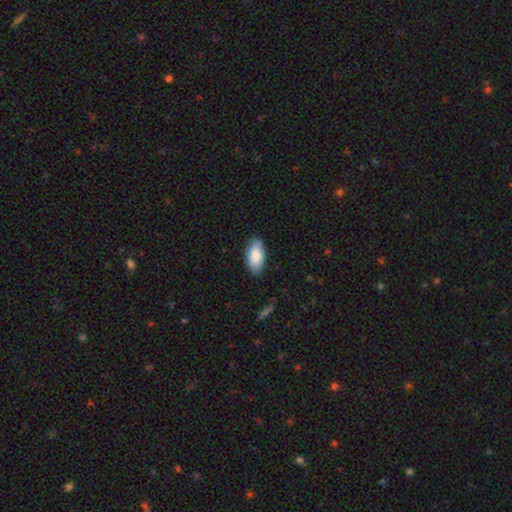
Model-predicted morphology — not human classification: Smooth or featured?
  - smooth: 84% *
  - featured or disk: 10%
  - star or artifact: 6%
How rounded?
  - in between: 93% *
  - cigar-shaped: 4%
  - round: 2%
Merging?
  - none: 82% *
  - minor disturbance: 15%
  - major disturbance: 2%
  - merger: 1%